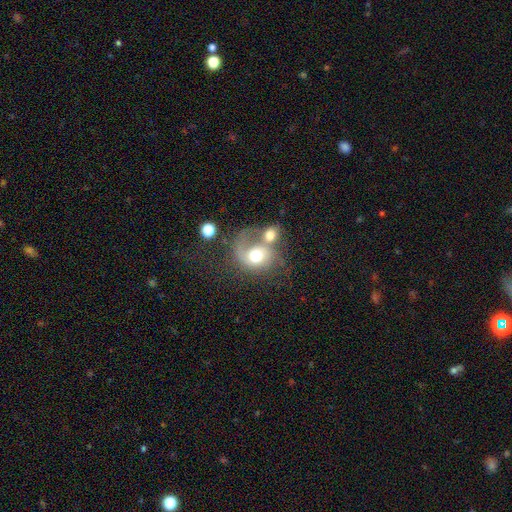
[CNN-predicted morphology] type=featured or disk (49%); merging=merger (58%).